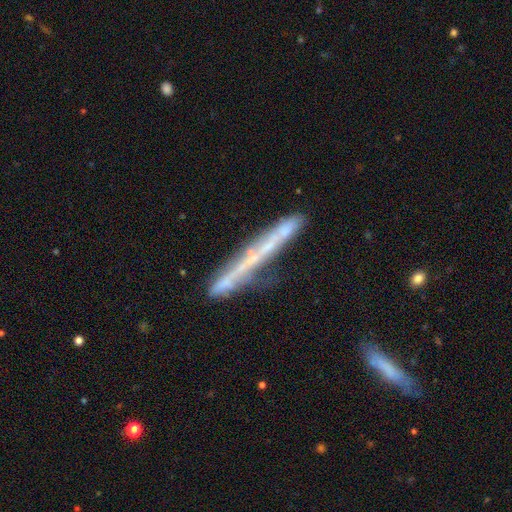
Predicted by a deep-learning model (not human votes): A featured or disk galaxy (60%) viewed edge-on (88%) with no central bulge (84%). Merging: none (67%).